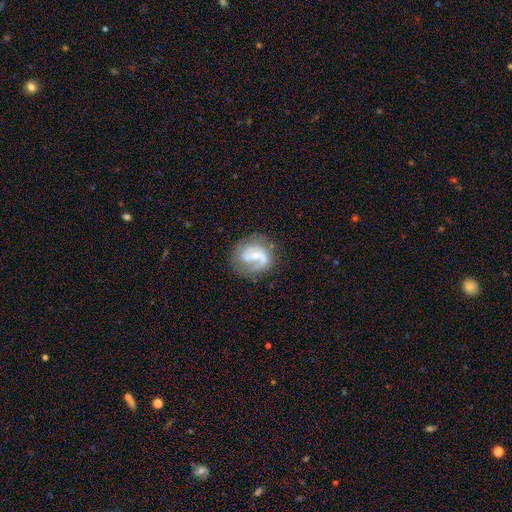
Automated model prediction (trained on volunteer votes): Smooth or featured? Predicted: featured or disk (p=0.78). Edge-on disk? Predicted: no (p=0.98). Bar? Predicted: weak (p=0.49). Spiral arms? Predicted: yes (p=0.91). Spiral winding? Predicted: medium (p=0.44). Spiral arm count? Predicted: 2 (p=0.61). Bulge size? Predicted: small (p=0.55). Merging? Predicted: none (p=0.64).